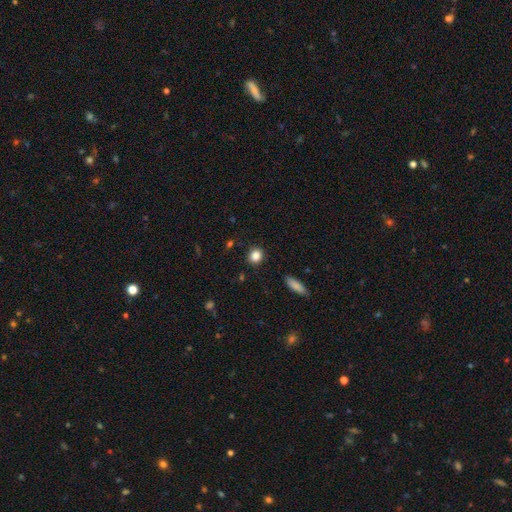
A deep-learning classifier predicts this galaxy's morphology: type=smooth (86%); roundness=round (75%); merging=none (88%).